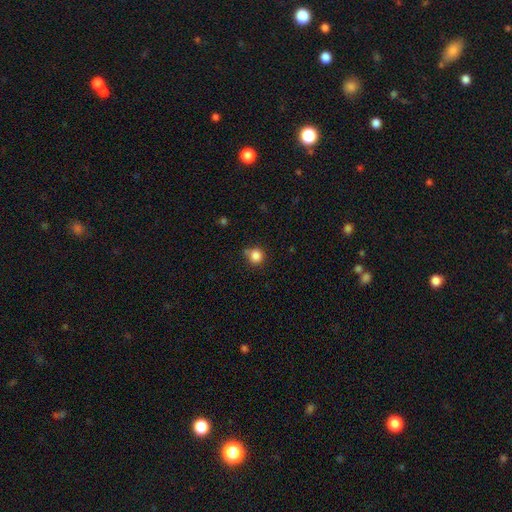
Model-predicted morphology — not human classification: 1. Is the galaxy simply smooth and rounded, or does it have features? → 84% smooth, 11% star or artifact, 4% featured or disk.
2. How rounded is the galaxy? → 91% round, 8% in between, 1% cigar-shaped.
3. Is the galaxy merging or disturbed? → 71% none, 17% minor disturbance, 8% merger, 4% major disturbance.